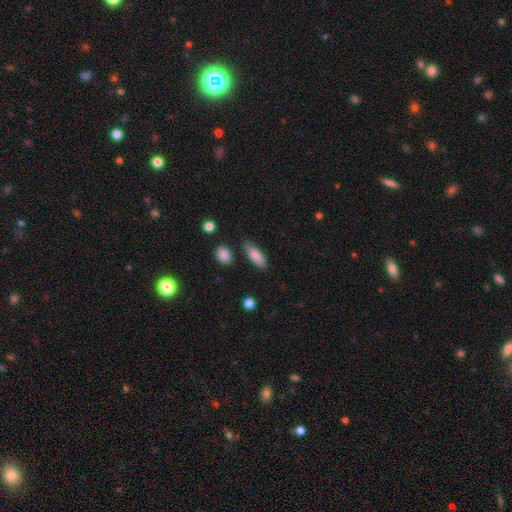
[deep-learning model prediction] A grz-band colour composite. It shows a smooth galaxy with no disk features (84%) that is in between round and cigar-shaped (64%). Merging: none (75%).